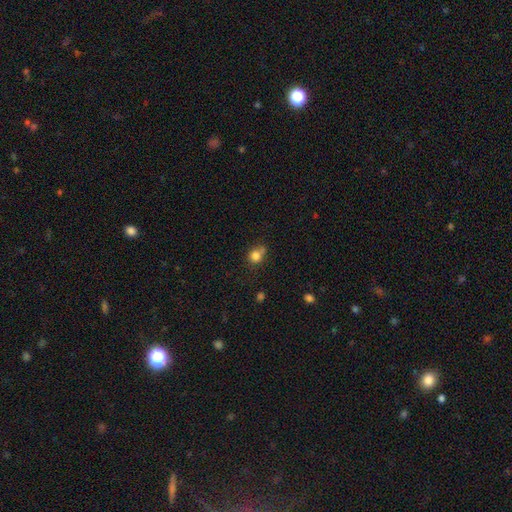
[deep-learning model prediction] Overall: smooth (81%). How rounded: round (77%). Merging: none (54%; minor disturbance 21%).